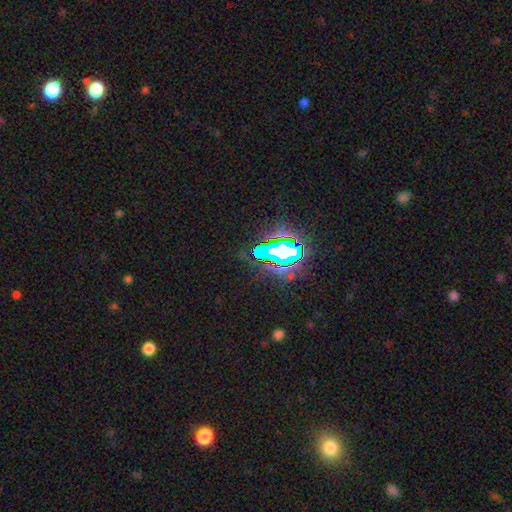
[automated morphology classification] A star or artifact, not a galaxy (74%).

Vote fractions:
- Smooth or featured? star or artifact: 74% / smooth: 14% / featured or disk: 12%